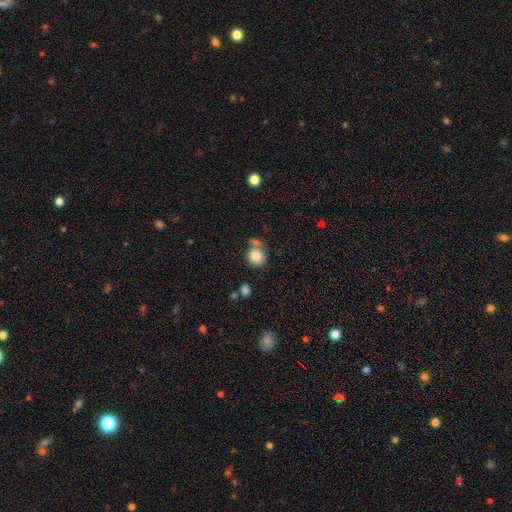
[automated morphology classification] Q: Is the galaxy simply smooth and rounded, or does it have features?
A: smooth — 84%.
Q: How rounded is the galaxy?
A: round — 81%.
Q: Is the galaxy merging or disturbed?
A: none — 61%.